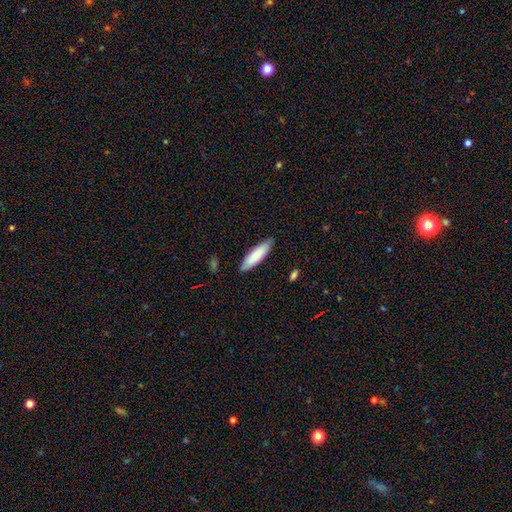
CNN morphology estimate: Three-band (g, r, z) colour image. It shows a smooth galaxy with no disk features (85%) that is cigar-shaped (69%). Merging: none (87%).